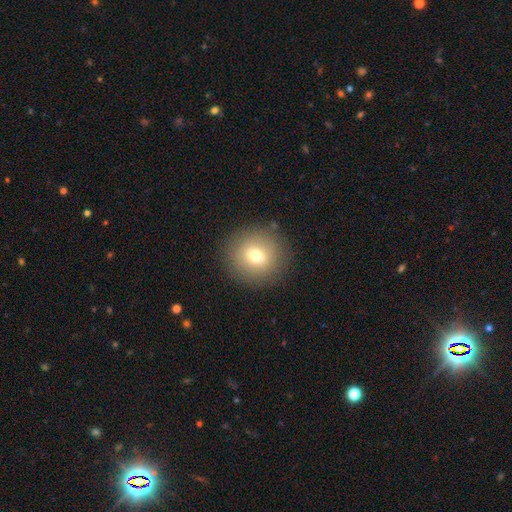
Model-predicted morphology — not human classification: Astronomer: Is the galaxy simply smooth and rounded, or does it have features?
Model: smooth — 71%.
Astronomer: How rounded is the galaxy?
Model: round — 89%.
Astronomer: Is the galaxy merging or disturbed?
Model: none — 87%.